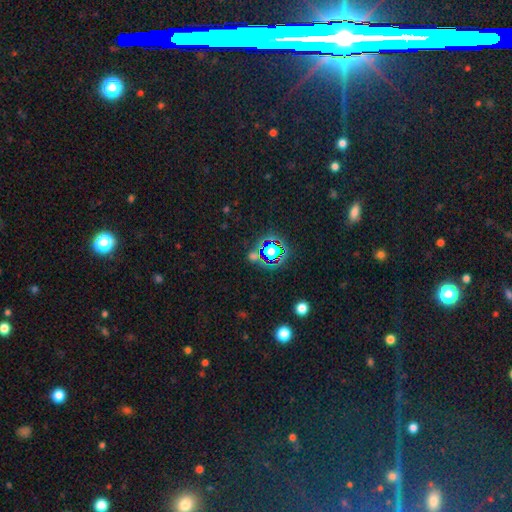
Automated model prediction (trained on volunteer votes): star or artifact 70%, smooth 21%, featured or disk 9%.